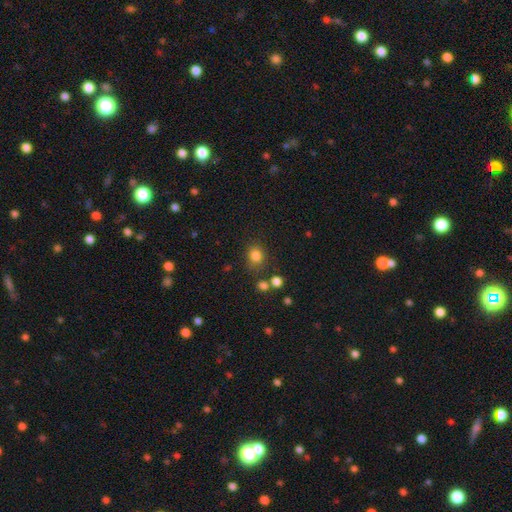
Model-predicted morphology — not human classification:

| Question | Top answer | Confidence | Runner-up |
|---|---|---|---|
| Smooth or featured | smooth | 82% | star or artifact (13%) |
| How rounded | round | 69% | in between (30%) |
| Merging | none | 73% | minor disturbance (14%) |